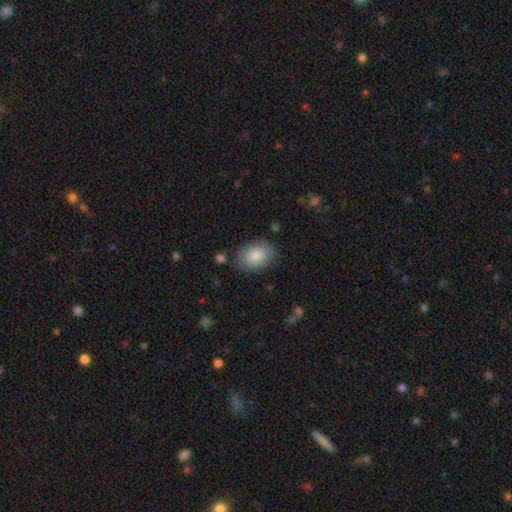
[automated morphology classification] smooth-or-featured: smooth: 86% | featured or disk: 8% | star or artifact: 6%
  how-rounded: in between: 83% | round: 16% | cigar-shaped: 1%
  merging: none: 80% | minor disturbance: 14% | major disturbance: 4% | merger: 2%